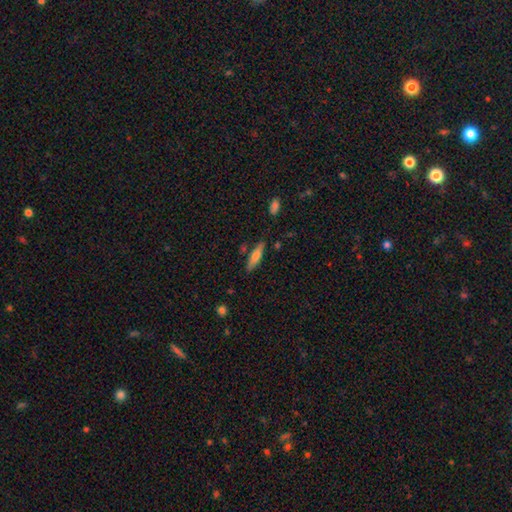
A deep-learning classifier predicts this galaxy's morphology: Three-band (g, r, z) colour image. It shows a smooth galaxy with no disk features (67%) that is cigar-shaped (74%). Merging: none (80%).